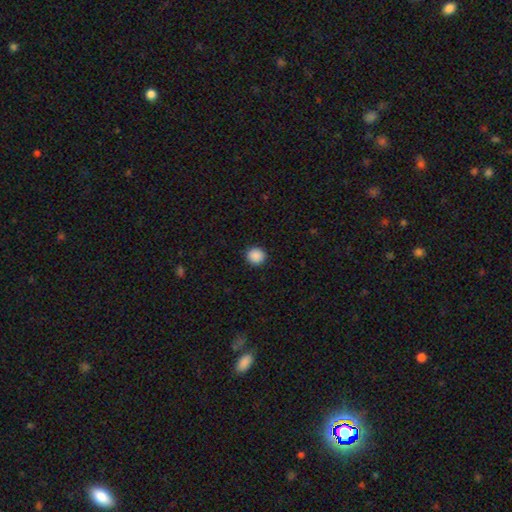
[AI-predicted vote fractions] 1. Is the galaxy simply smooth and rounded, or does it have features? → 89% smooth, 9% star or artifact, 2% featured or disk.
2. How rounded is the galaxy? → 93% round, 6% in between, 1% cigar-shaped.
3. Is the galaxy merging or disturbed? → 92% none, 5% minor disturbance, 2% major disturbance, 1% merger.